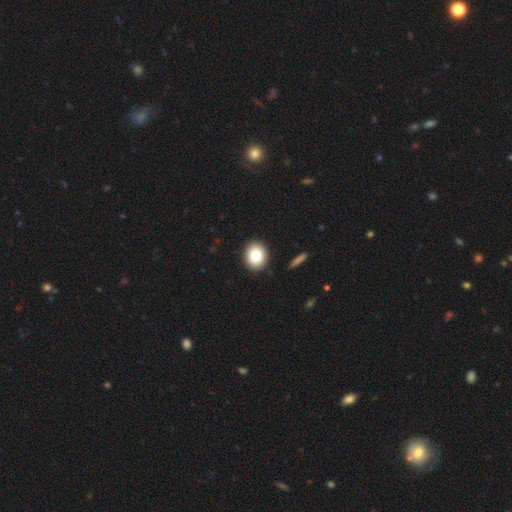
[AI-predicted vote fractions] This appears to be a smooth galaxy with no disk features (80%) that is round (64%). Merging: none (90%).